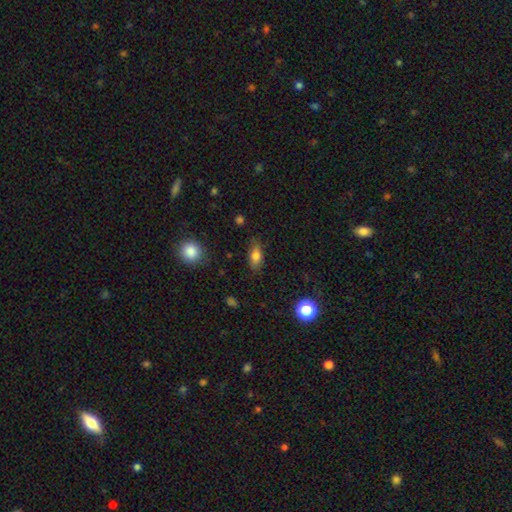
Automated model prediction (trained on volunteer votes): smooth 75%, featured or disk 15%, star or artifact 9%. Down the decision tree: how rounded — in between (81%); merging — none (79%).